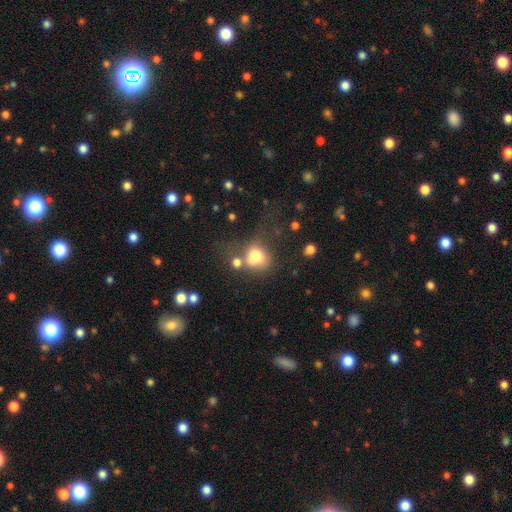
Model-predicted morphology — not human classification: Smooth or featured: smooth — 73% (featured or disk — 15%)
How rounded: round — 61% (in between — 38%)
Merging: merger — 32% (none — 30%)